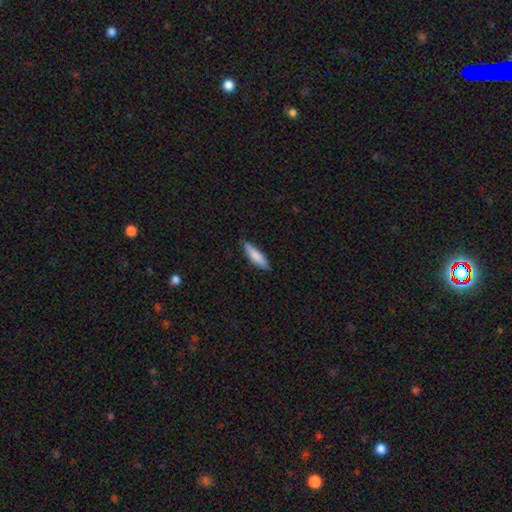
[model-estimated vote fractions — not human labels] This appears to be a smooth galaxy with no disk features (84%) that is cigar-shaped (67%). Merging: none (85%).